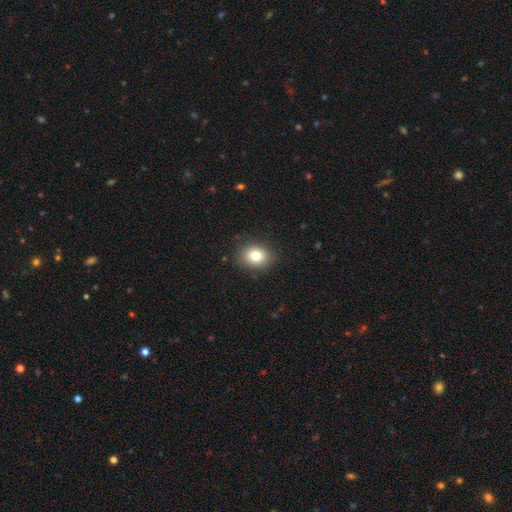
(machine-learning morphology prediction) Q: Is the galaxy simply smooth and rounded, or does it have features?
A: smooth — 80%.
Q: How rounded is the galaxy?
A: in between — 50%.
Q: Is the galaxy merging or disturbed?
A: none — 86%.